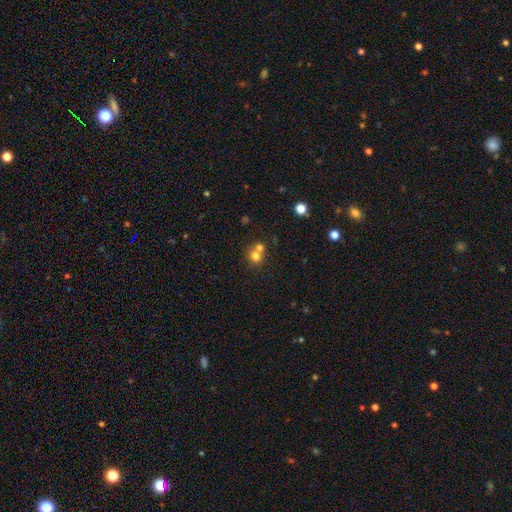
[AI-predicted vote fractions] This appears to be a smooth galaxy with no disk features (74%) that is round (83%). Merging: merger (51%).